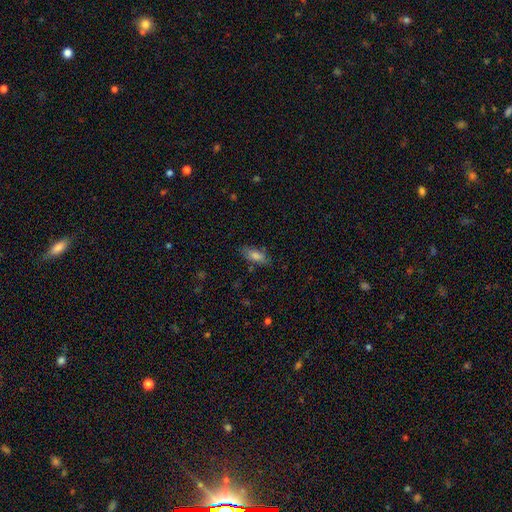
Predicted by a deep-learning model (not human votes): The model was most divided on "how rounded": in between: 67%, cigar-shaped: 30%, round: 3%. More confident: merging — none (77%); smooth or featured — smooth (75%).